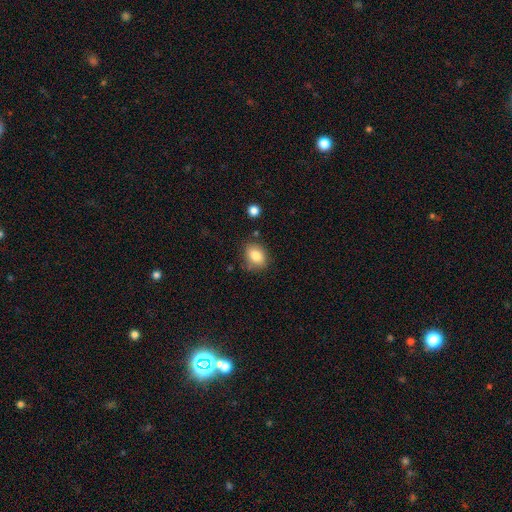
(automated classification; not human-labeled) smooth 82%, star or artifact 9%, featured or disk 9%. Down the decision tree: how rounded — in between (60%); merging — none (76%).